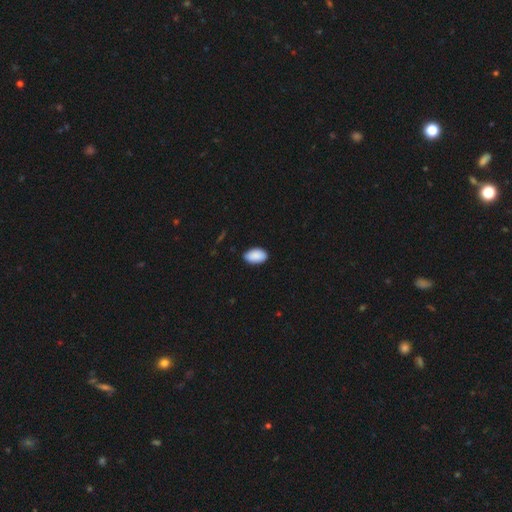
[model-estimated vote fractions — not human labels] Smooth or featured? Predicted: smooth (p=0.91). How rounded? Predicted: in between (p=0.94). Merging? Predicted: none (p=0.87).